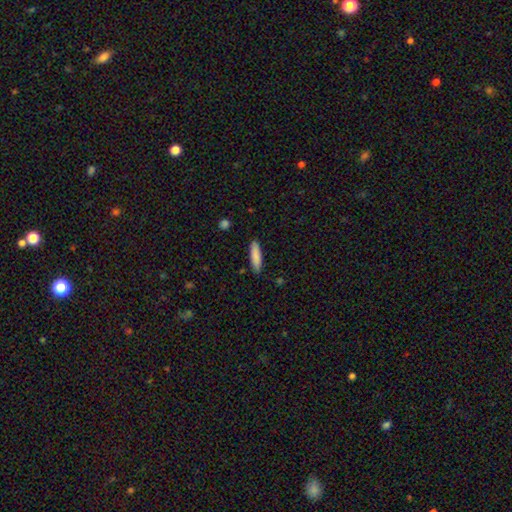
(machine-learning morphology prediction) type=smooth (86%); roundness=cigar-shaped (75%); merging=none (88%).